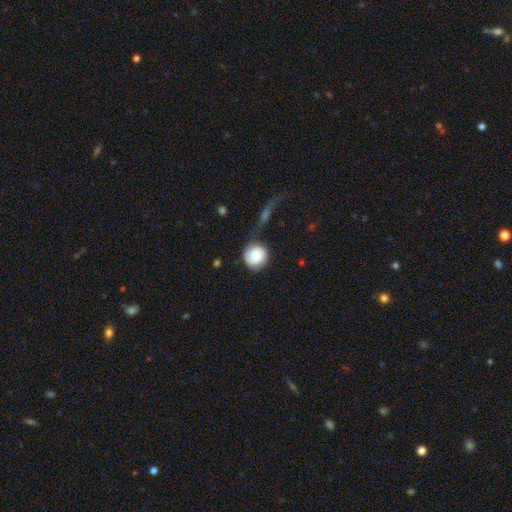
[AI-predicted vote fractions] A smooth galaxy with no disk features (74%) that is round (91%). Merging: none (62%).